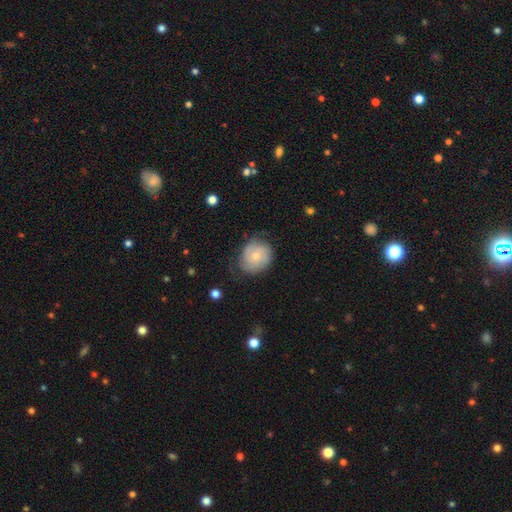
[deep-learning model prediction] A featured or disk galaxy (54%) with no bar (77%), spiral arms (82%) and a moderate central bulge (55%). Merging: none (67%).